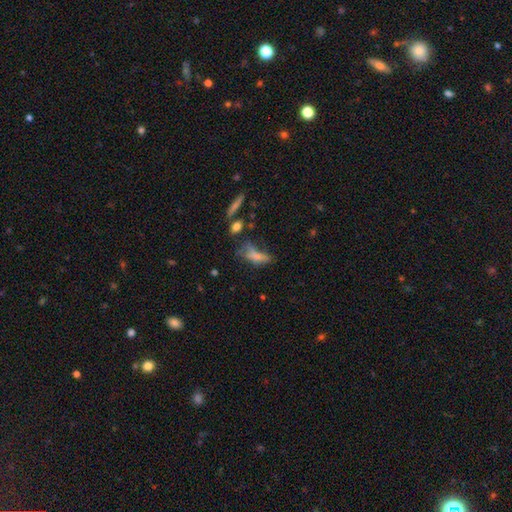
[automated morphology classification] A smooth galaxy with no disk features (64%) that is in between round and cigar-shaped (66%).

Vote fractions:
- Smooth or featured? smooth: 64% / featured or disk: 23% / star or artifact: 13%
- How rounded? in between: 66% / cigar-shaped: 29% / round: 4%
- Merging? major disturbance: 32% / none: 29% / minor disturbance: 25% / merger: 14%